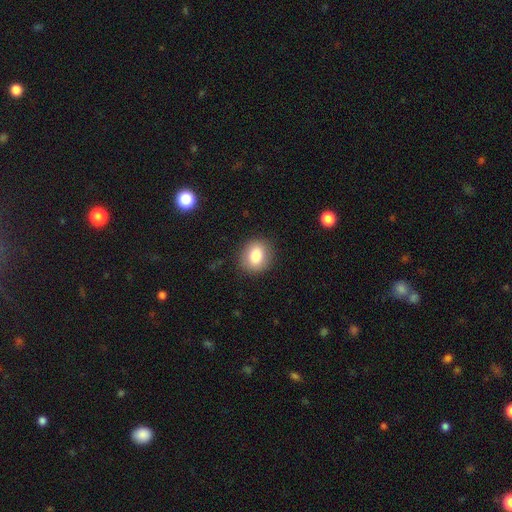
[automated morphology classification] This is clearly a smooth galaxy (82%). How rounded: likely round (67%). Merging: clearly none (87%).